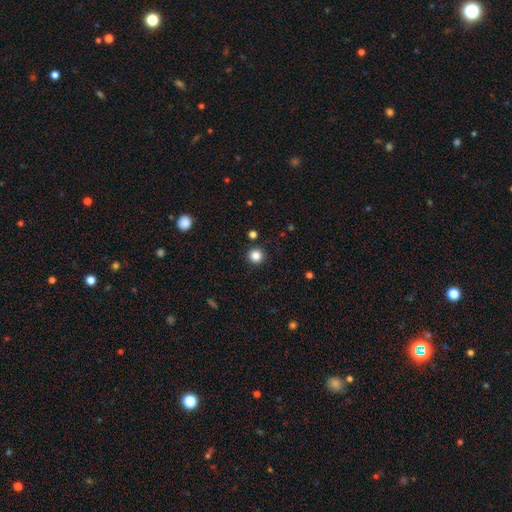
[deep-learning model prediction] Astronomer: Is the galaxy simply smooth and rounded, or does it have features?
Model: smooth — 84%.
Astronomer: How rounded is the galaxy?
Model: round — 95%.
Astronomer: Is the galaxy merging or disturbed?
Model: none — 91%.